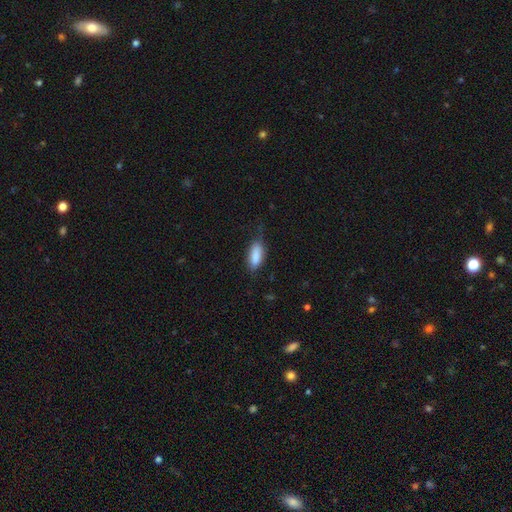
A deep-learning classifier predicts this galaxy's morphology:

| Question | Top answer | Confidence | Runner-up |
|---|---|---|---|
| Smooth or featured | smooth | 84% | featured or disk (9%) |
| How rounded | in between | 80% | cigar-shaped (18%) |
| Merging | none | 64% | minor disturbance (27%) |